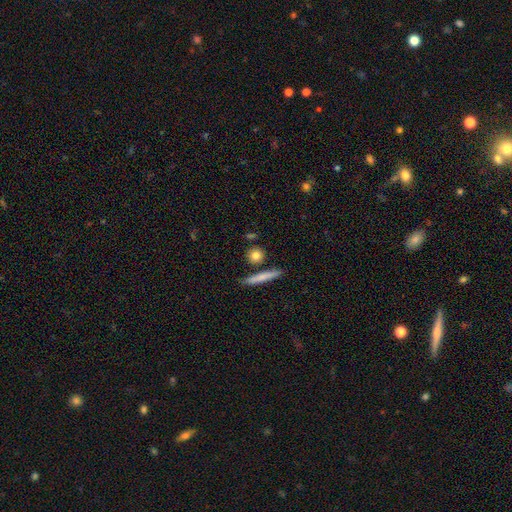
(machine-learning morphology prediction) smooth-or-featured: smooth: 80% | featured or disk: 13% | star or artifact: 7%
  how-rounded: round: 65% | cigar-shaped: 20% | in between: 15%
  merging: none: 81% | minor disturbance: 9% | merger: 7% | major disturbance: 3%